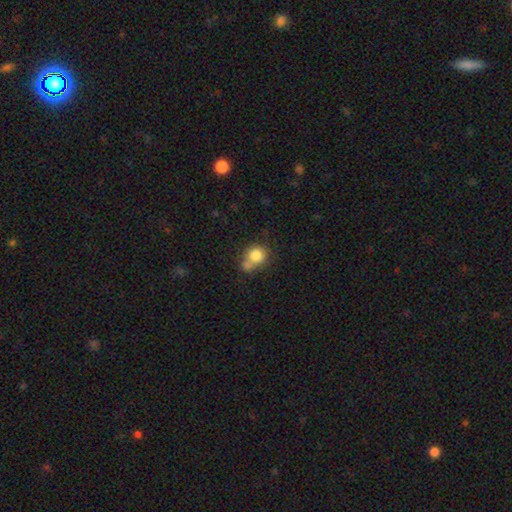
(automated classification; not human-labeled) smooth_or_featured: smooth (p=0.81) [alt: star or artifact p=0.10]
how_rounded: round (p=0.80) [alt: in between p=0.19]
merging: none (p=0.46) [alt: merger p=0.34]